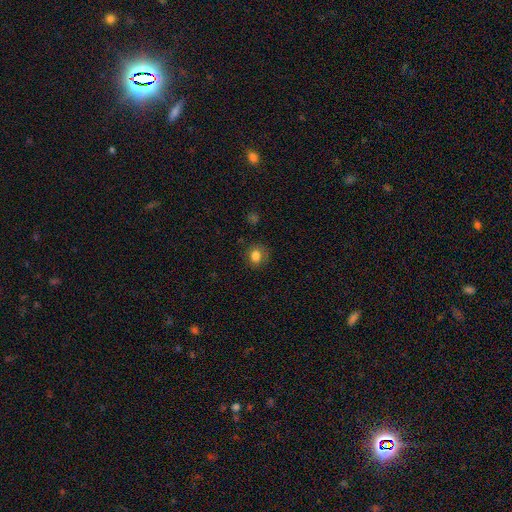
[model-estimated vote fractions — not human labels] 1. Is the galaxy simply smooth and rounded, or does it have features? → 82% smooth, 12% star or artifact, 6% featured or disk.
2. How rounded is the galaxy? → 69% round, 30% in between, 1% cigar-shaped.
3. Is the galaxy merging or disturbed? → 81% none, 13% minor disturbance, 4% major disturbance, 1% merger.